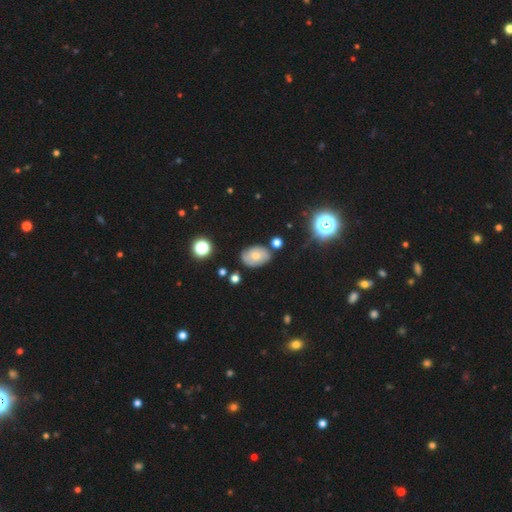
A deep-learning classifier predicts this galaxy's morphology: Smooth or featured?
  - smooth: 52% *
  - featured or disk: 37%
  - star or artifact: 11%
How rounded?
  - in between: 80% *
  - round: 19%
  - cigar-shaped: 1%
Merging?
  - none: 71% *
  - minor disturbance: 20%
  - major disturbance: 5%
  - merger: 4%